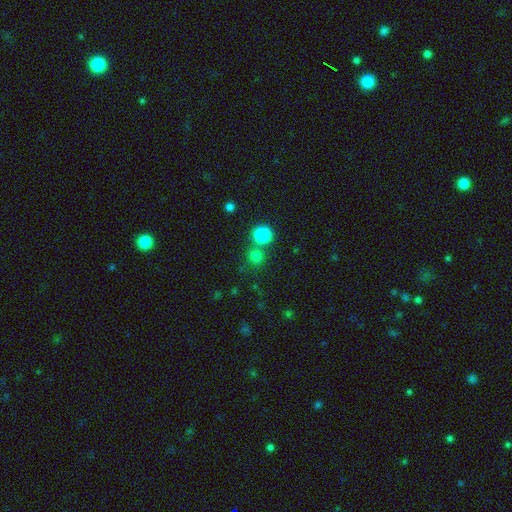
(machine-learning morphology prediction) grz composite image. It shows a smooth galaxy with no disk features (78%) that is round (91%). Merging: none (65%).